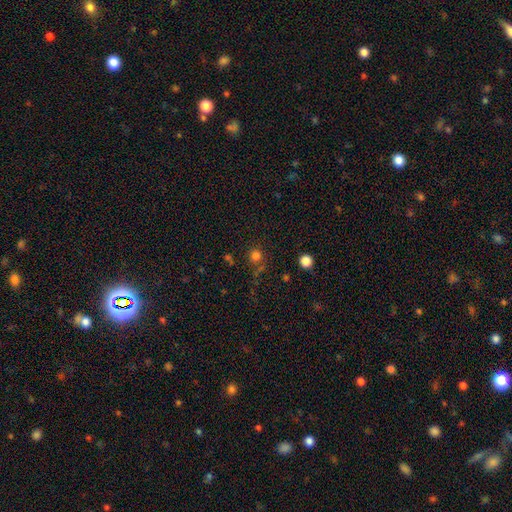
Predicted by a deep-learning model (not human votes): Smooth or featured? Predicted: smooth (p=0.75). How rounded? Predicted: round (p=0.92). Merging? Predicted: none (p=0.76).